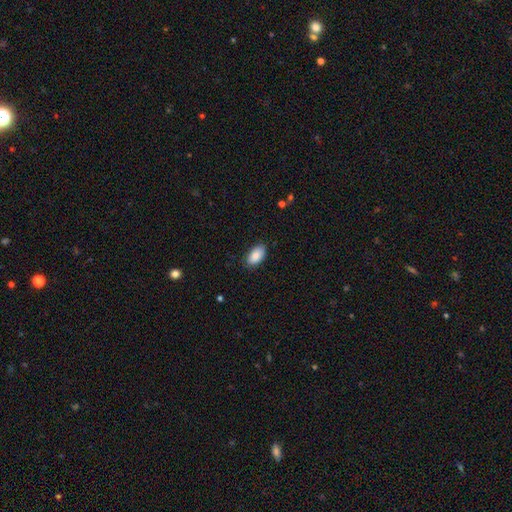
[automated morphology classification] smooth-or-featured: smooth: 86% | featured or disk: 7% | star or artifact: 7%
  how-rounded: in between: 94% | round: 4% | cigar-shaped: 2%
  merging: none: 84% | minor disturbance: 13% | major disturbance: 2% | merger: 1%